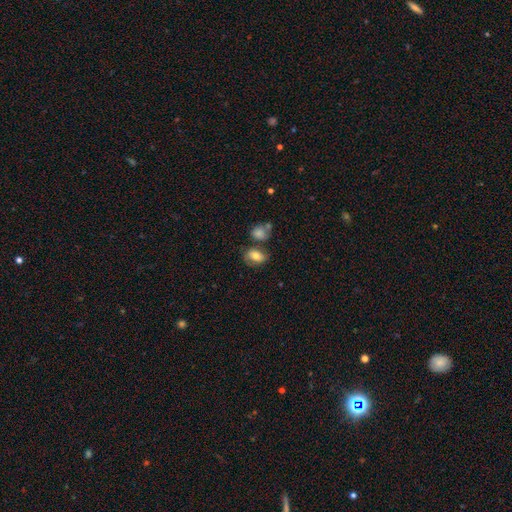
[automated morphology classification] This is likely a smooth galaxy (72%). How rounded: likely in between (79%). Merging: possibly none (56%).